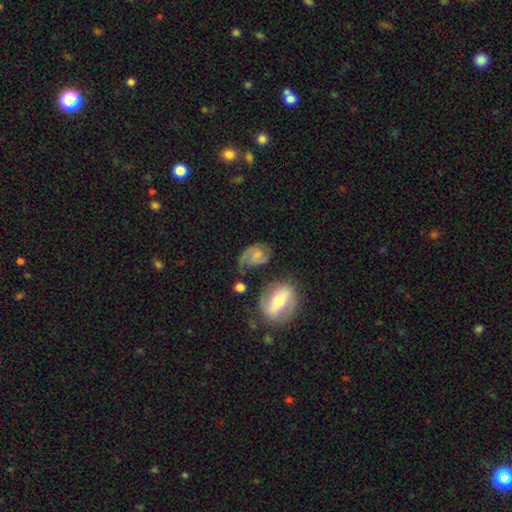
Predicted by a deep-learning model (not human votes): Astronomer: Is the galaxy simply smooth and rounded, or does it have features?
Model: featured or disk — 74%.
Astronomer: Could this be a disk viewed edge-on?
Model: no — 97%.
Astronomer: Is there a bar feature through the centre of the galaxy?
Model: no — 46% (runner-up: weak, 42%).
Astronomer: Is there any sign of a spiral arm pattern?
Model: yes — 93%.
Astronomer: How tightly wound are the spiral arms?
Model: medium — 50% (runner-up: tight, 27%).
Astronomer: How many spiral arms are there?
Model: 2 — 80%.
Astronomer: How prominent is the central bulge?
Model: small — 42% (runner-up: none, 31%).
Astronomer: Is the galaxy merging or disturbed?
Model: none — 55%.